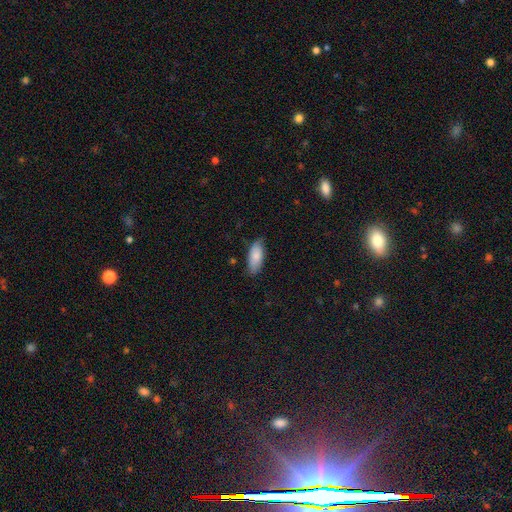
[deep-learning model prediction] Smooth or featured?
  - smooth: 83% *
  - featured or disk: 11%
  - star or artifact: 6%
How rounded?
  - in between: 80% *
  - cigar-shaped: 18%
  - round: 2%
Merging?
  - none: 78% *
  - minor disturbance: 18%
  - major disturbance: 3%
  - merger: 1%